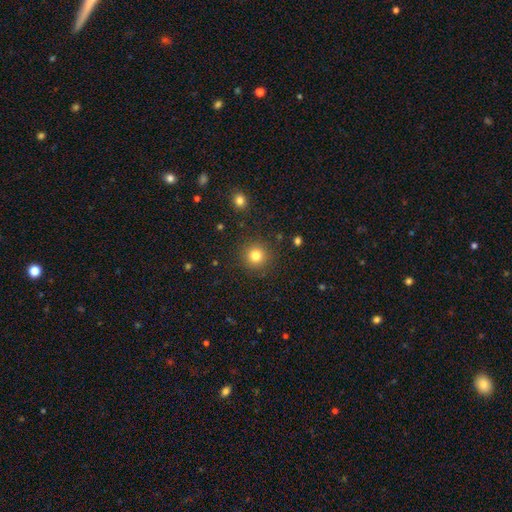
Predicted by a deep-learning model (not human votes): The model was most divided on "smooth or featured": smooth: 81%, star or artifact: 13%, featured or disk: 6%. More confident: how rounded — round (94%); merging — none (89%).